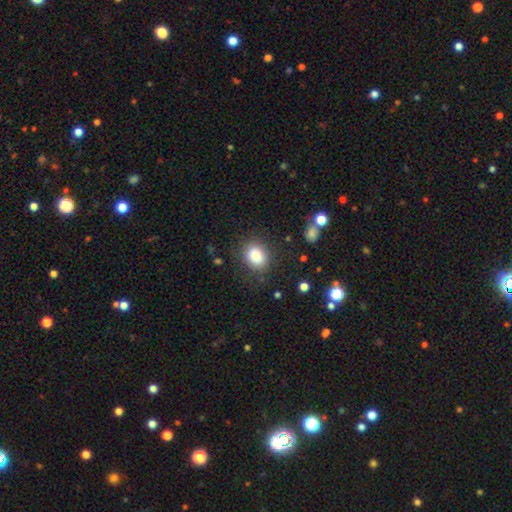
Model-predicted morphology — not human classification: This is clearly a smooth galaxy (84%). How rounded: possibly in between (55%). Merging: clearly none (80%).